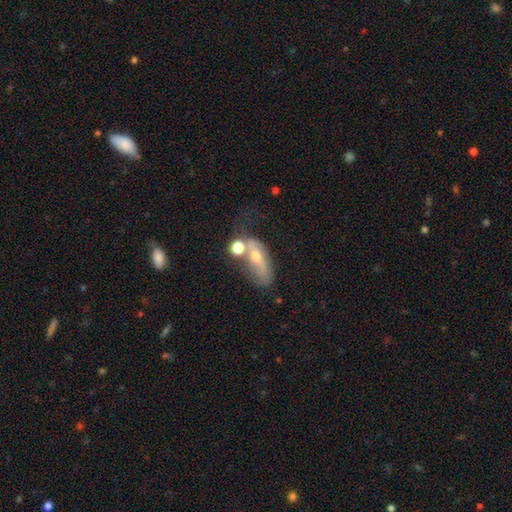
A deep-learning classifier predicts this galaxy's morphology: Q: Smooth or featured?
A: featured or disk (54%); runner-up: smooth (35%)
Q: Edge-on disk?
A: no (87%); runner-up: yes (13%)
Q: Merging?
A: none (29%); runner-up: merger (28%)